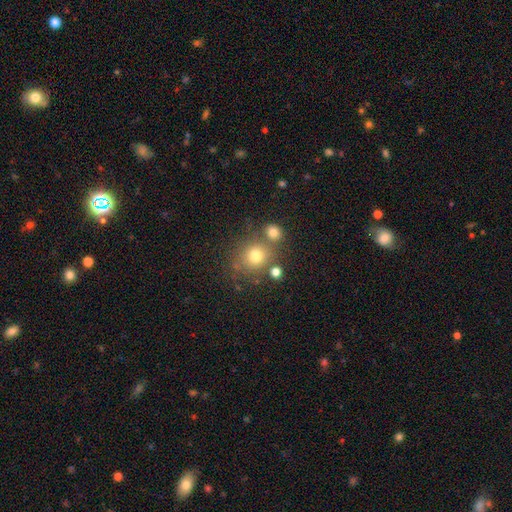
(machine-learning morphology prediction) Smooth or featured: smooth — 73% (star or artifact — 16%)
How rounded: round — 83% (in between — 16%)
Merging: none — 64% (merger — 20%)